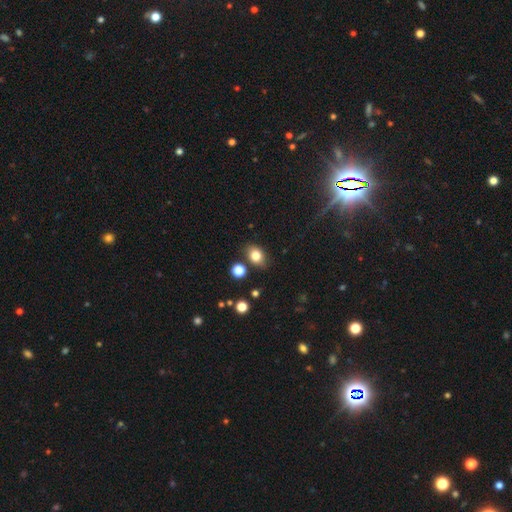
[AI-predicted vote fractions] smooth-or-featured: smooth: 82% | star or artifact: 10% | featured or disk: 8%
  how-rounded: in between: 66% | round: 33% | cigar-shaped: 1%
  merging: none: 80% | minor disturbance: 12% | merger: 5% | major disturbance: 3%